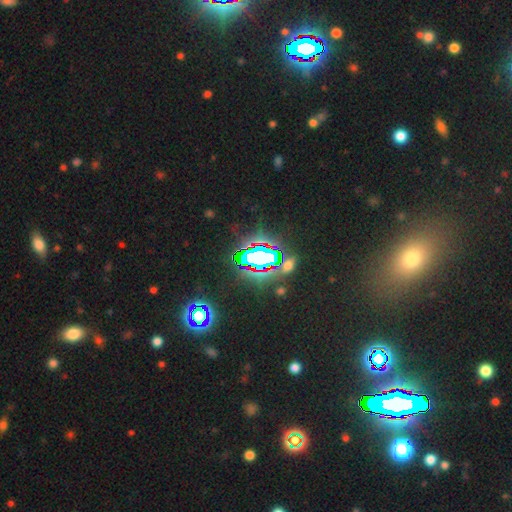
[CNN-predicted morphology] This appears to be a star or artifact, not a galaxy (73%).